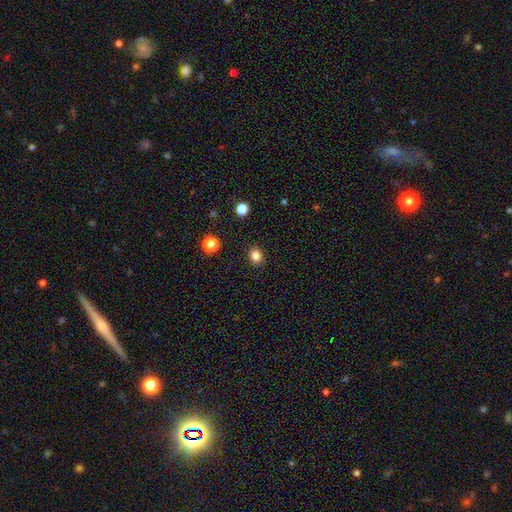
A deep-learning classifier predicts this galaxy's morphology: smooth 83%, star or artifact 13%, featured or disk 4%. Down the decision tree: how rounded — round (64%); merging — none (89%).